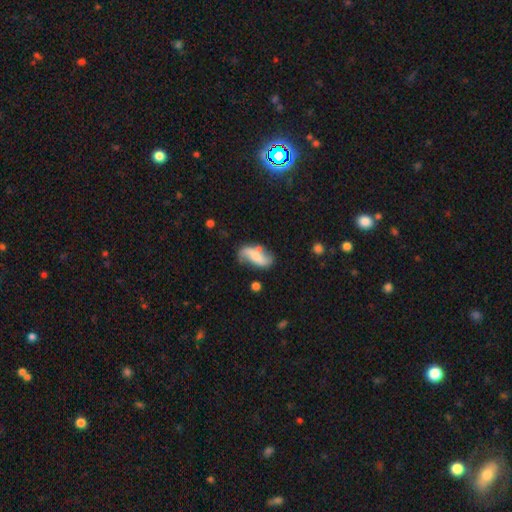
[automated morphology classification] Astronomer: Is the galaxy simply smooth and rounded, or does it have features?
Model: featured or disk — 60%.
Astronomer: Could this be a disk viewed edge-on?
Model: no — 93%.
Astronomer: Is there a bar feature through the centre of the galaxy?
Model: no — 41% (runner-up: weak, 32%).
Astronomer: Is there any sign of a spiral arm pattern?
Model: yes — 87%.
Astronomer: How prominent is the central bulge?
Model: none — 39% (runner-up: small, 31%).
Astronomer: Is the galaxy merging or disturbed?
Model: none — 56%.